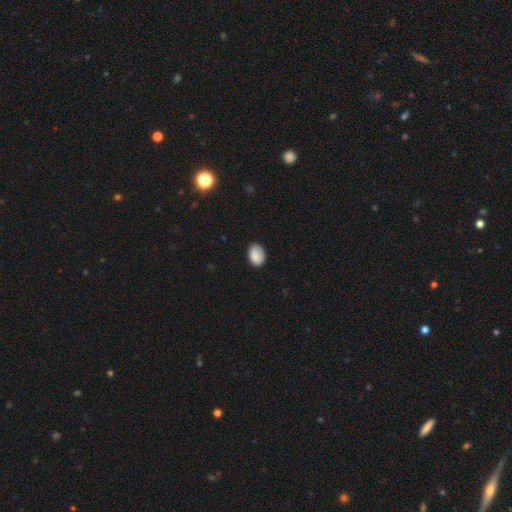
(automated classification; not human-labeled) Overall: smooth (88%). How rounded: in between (83%). Merging: none (81%).